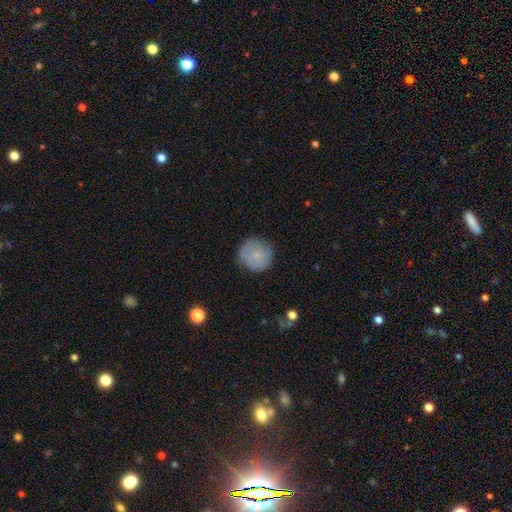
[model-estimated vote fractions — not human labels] A smooth galaxy with no disk features (73%) that is round (93%). Merging: none (79%).